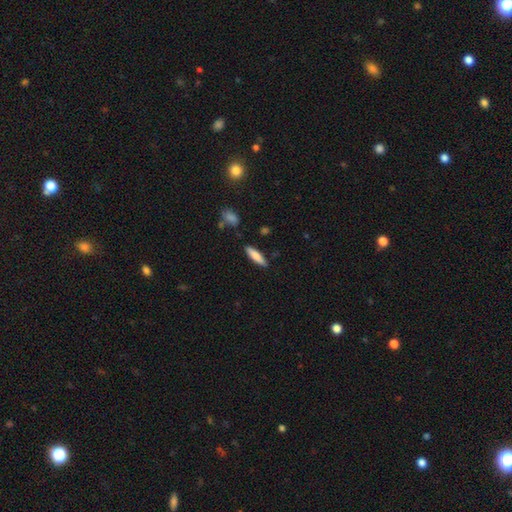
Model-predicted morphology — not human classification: This is likely a smooth galaxy (78%). How rounded: likely cigar-shaped (70%). Merging: clearly none (85%).